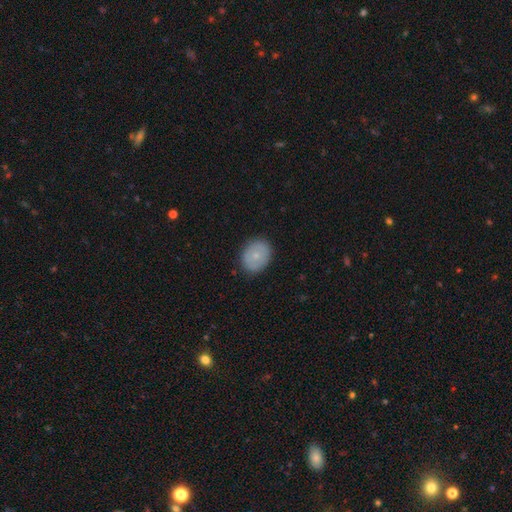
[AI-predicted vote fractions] A smooth galaxy with no disk features (67%) that is round (52%).

Vote fractions:
- Smooth or featured? smooth: 67% / featured or disk: 25% / star or artifact: 7%
- How rounded? round: 52% / in between: 47% / cigar-shaped: 1%
- Merging? none: 86% / minor disturbance: 10% / major disturbance: 2% / merger: 1%